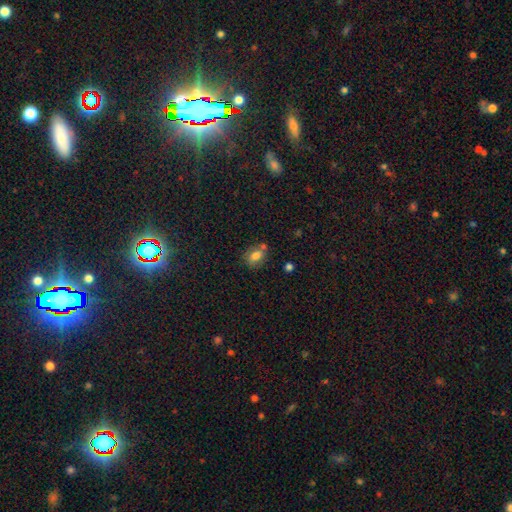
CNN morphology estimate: Smooth or featured? smooth (76%)
How rounded? in between (68%)
Merging? none (60%)